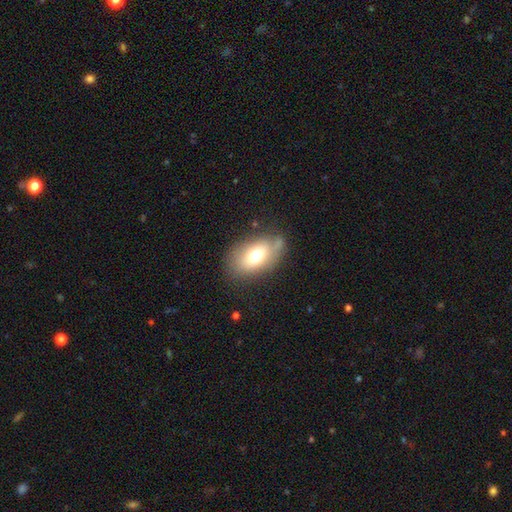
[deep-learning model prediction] The model was most divided on "merging": none: 66%, minor disturbance: 22%, major disturbance: 8%, merger: 4%. More confident: how rounded — in between (88%); smooth or featured — smooth (69%).